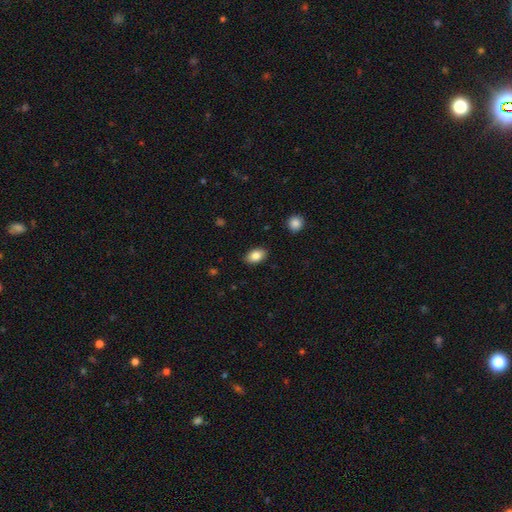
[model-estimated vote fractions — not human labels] Smooth or featured?
  - smooth: 85% *
  - star or artifact: 8%
  - featured or disk: 7%
How rounded?
  - in between: 89% *
  - round: 10%
  - cigar-shaped: 2%
Merging?
  - none: 88% *
  - minor disturbance: 9%
  - major disturbance: 2%
  - merger: 1%